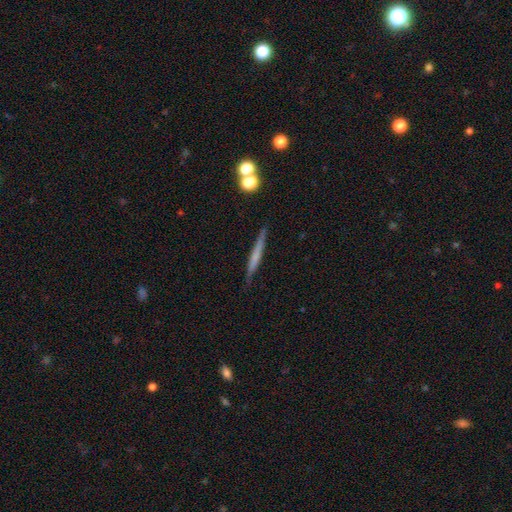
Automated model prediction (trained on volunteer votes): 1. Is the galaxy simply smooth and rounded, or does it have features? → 49% smooth, 43% featured or disk, 7% star or artifact.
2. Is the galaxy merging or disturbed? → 84% none, 10% minor disturbance, 3% merger, 2% major disturbance.